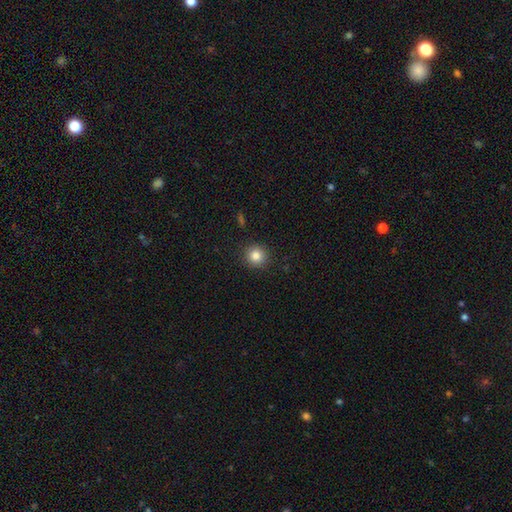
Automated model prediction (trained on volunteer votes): Smooth or featured? Predicted: smooth (p=0.83). How rounded? Predicted: round (p=0.93). Merging? Predicted: none (p=0.91).